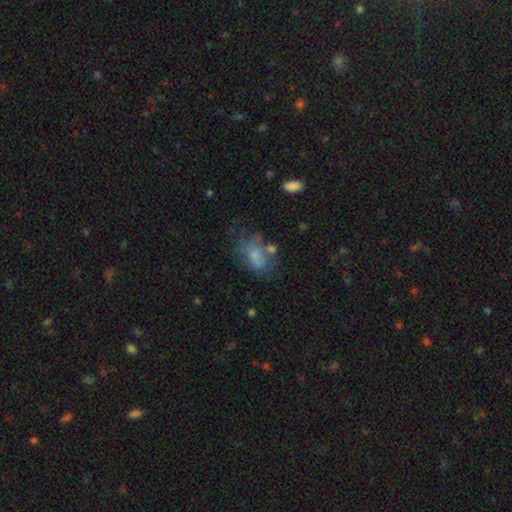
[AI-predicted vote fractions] Overall: smooth (53%; featured or disk 34%). How rounded: in between (80%). Merging: none (35%; major disturbance 26%).